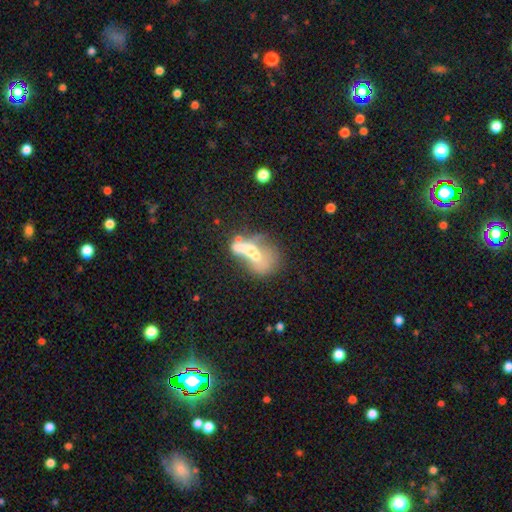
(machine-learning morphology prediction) The model was most divided on "smooth or featured": featured or disk: 48%, smooth: 40%, star or artifact: 12%. More confident: merging — merger (57%).